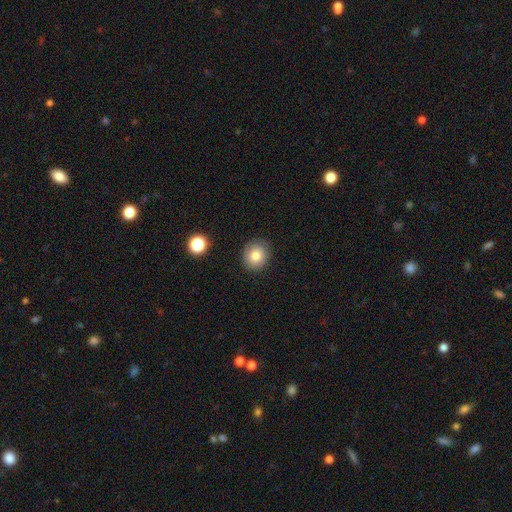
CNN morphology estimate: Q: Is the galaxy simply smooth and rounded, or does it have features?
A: smooth — 80%.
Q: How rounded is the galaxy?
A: round — 78%.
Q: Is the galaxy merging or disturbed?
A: none — 87%.